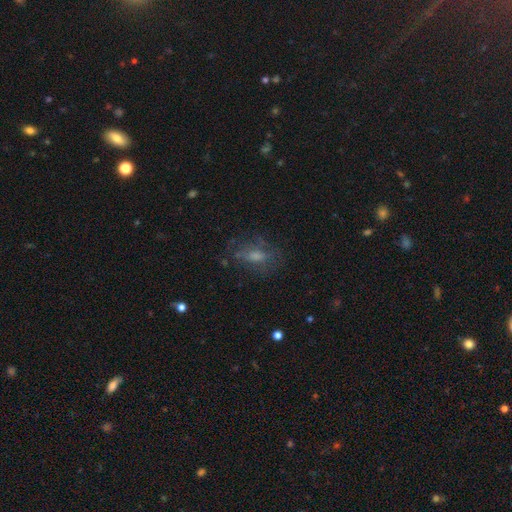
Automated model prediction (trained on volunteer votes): Smooth or featured: smooth — 45% (featured or disk — 36%)
Merging: none — 65% (minor disturbance — 19%)